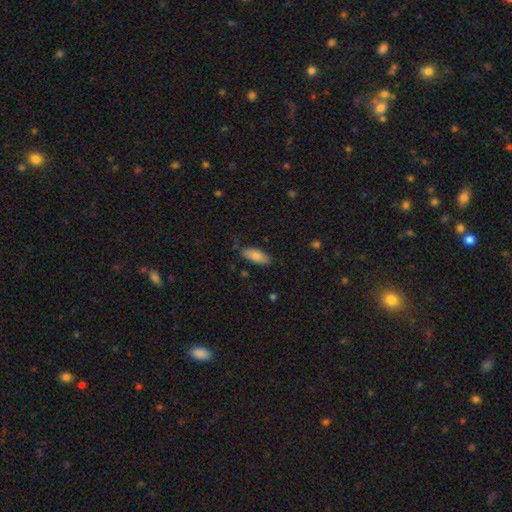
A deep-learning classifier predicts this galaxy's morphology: Overall: smooth (81%). How rounded: in between (81%). Merging: none (74%).